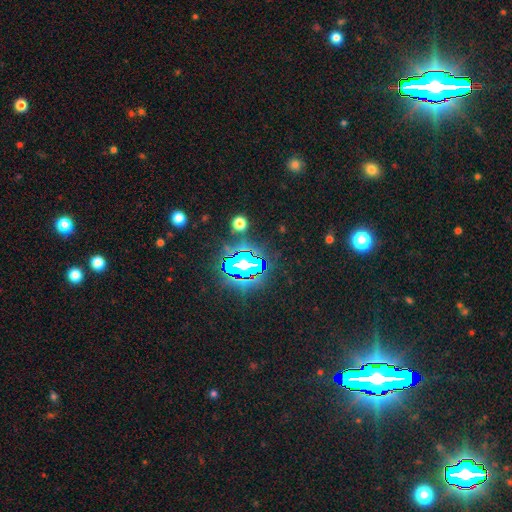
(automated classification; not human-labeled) Morphology: type=star or artifact (84%).